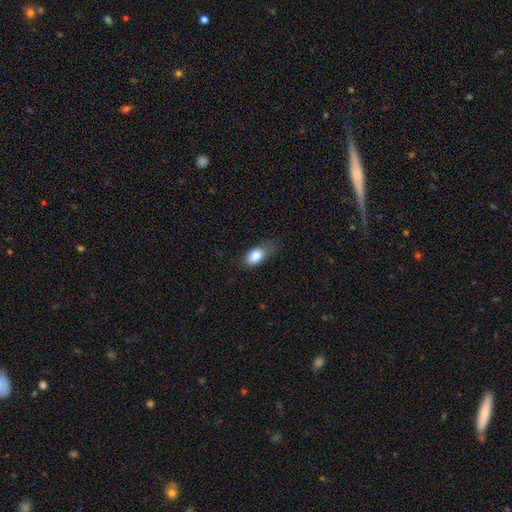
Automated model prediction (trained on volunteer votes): Q: Smooth or featured?
A: smooth (82%); runner-up: featured or disk (10%)
Q: How rounded?
A: in between (86%); runner-up: round (11%)
Q: Merging?
A: none (58%); runner-up: minor disturbance (31%)